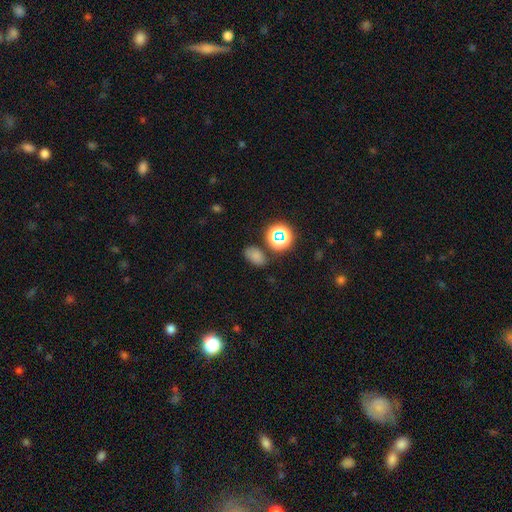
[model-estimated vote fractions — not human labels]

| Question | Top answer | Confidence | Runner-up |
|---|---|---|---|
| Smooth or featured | smooth | 72% | star or artifact (21%) |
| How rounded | in between | 83% | round (16%) |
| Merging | none | 74% | minor disturbance (15%) |